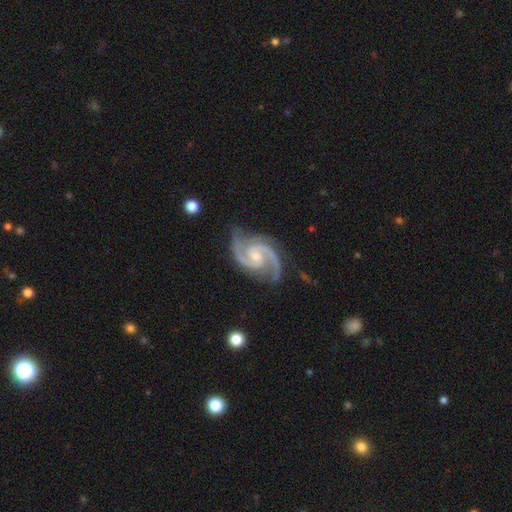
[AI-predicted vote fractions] This is clearly a featured or disk galaxy (95%). It is clearly not viewed edge-on (98%). Bar: possibly weak (46%). Spiral arm pattern: clearly yes (99%). Spiral arm count: clearly 2 (90%). Spiral winding: likely medium (64%). Central bulge: possibly small (48%). Merging: likely none (78%).